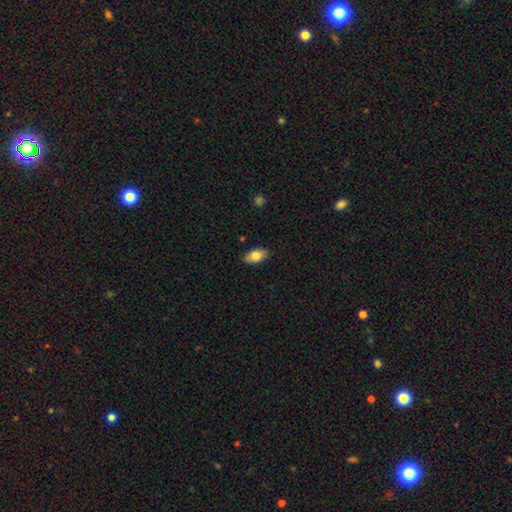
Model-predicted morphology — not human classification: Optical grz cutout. It shows a smooth galaxy with no disk features (80%) that is in between round and cigar-shaped (93%). Merging: none (88%).